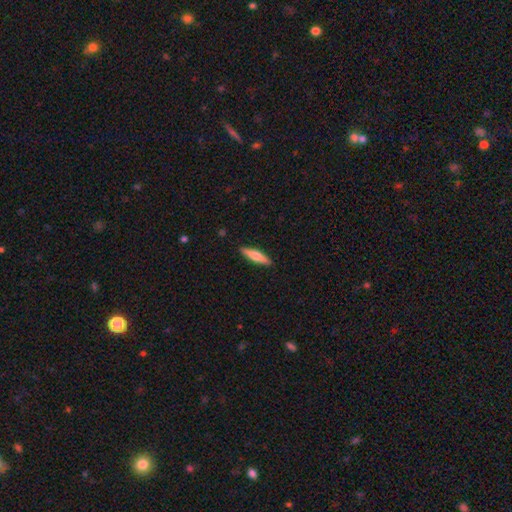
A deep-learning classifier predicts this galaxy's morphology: Overall: smooth (68%). How rounded: cigar-shaped (78%). Merging: none (90%).